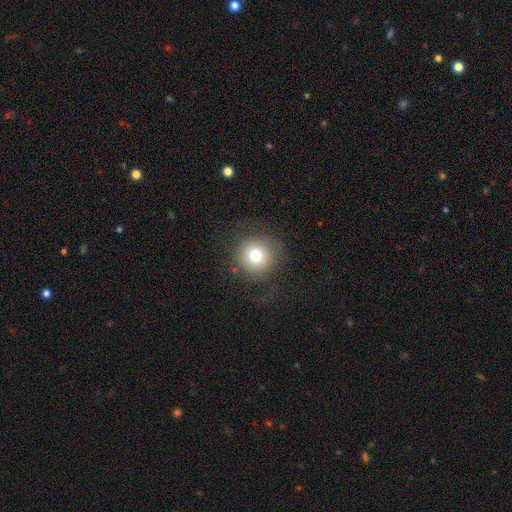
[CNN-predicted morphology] Smooth or featured? smooth (73%)
How rounded? round (94%)
Merging? none (81%)